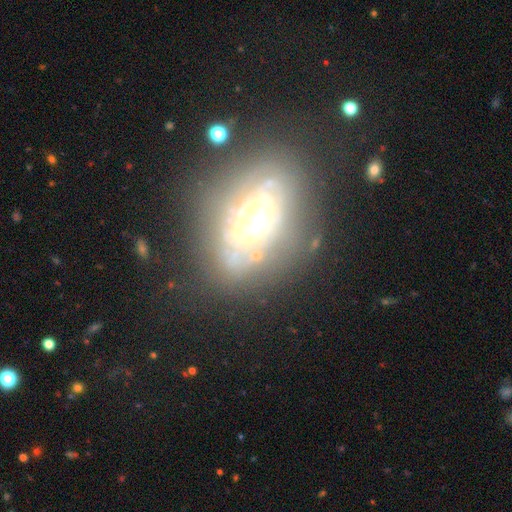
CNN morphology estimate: smooth-or-featured: featured or disk: 65% | smooth: 19% | star or artifact: 16%
  disk-edge-on: no: 85% | yes: 15%
    bar: no: 64% | weak: 20% | strong: 15%
    has-spiral-arms: yes: 53% | no: 47%
    bulge-size: moderate: 45% | large: 31% | small: 12% | dominant: 7% | none: 4%
  merging: none: 68% | minor disturbance: 16% | major disturbance: 12% | merger: 4%